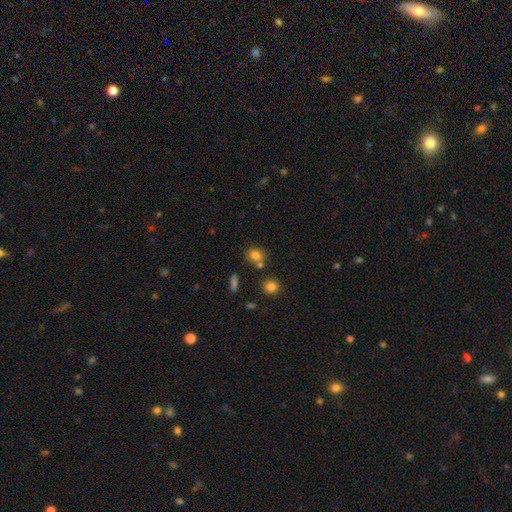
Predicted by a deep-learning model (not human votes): Morphology: type=smooth (78%); roundness=round (65%); merging=none (63%).